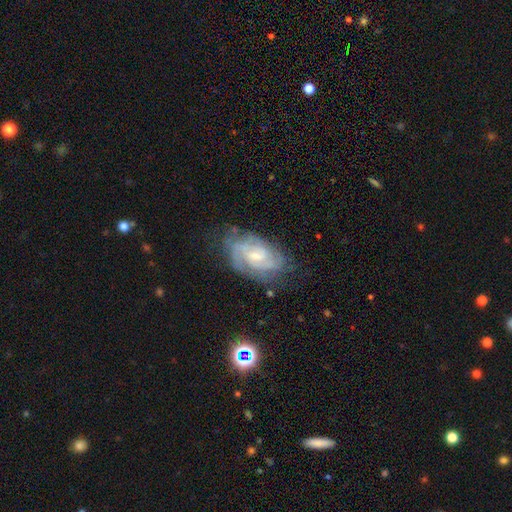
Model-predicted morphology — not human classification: type=featured or disk (83%); edge-on=no (97%); bar=no (48%); spiral arms=yes (95%); winding=tight (60%); arm count=2 (32%); bulge=small (57%); merging=none (70%).